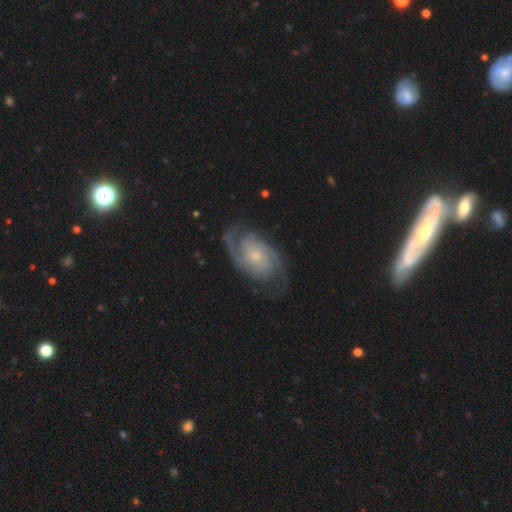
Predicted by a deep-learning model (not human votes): smooth-or-featured: featured or disk: 90% | smooth: 6% | star or artifact: 4%
  disk-edge-on: no: 97% | yes: 3%
    bar: no: 73% | weak: 22% | strong: 5%
    has-spiral-arms: yes: 98% | no: 2%
      spiral-winding: tight: 51% | medium: 39% | loose: 9%
      spiral-arm-count: 2: 58% | 3: 18% | can't tell: 11% | 4: 5% | 1: 4% | more than 4: 4%
    bulge-size: small: 74% | moderate: 19% | none: 4% | large: 2% | dominant: 1%
  merging: none: 75% | minor disturbance: 16% | major disturbance: 7% | merger: 1%